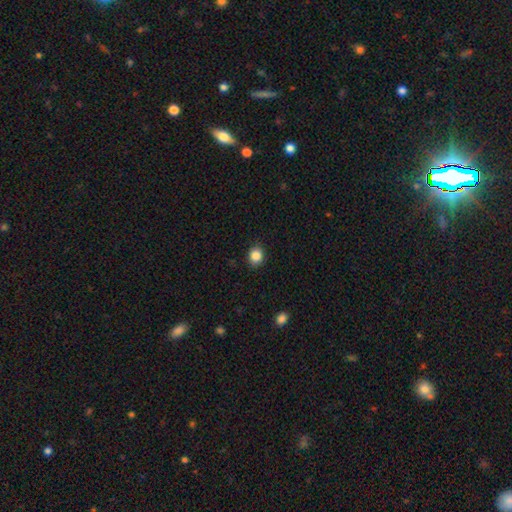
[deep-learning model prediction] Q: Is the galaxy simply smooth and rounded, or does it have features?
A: smooth — 86%.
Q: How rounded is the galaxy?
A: round — 68%.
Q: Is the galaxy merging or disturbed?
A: none — 89%.